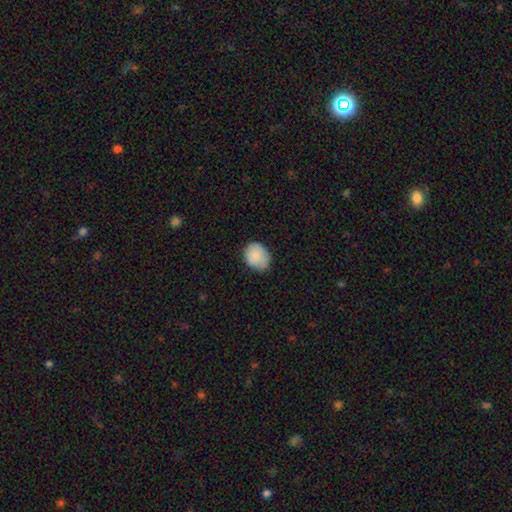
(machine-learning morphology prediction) This appears to be a smooth galaxy with no disk features (86%) that is round (56%). Merging: none (66%).